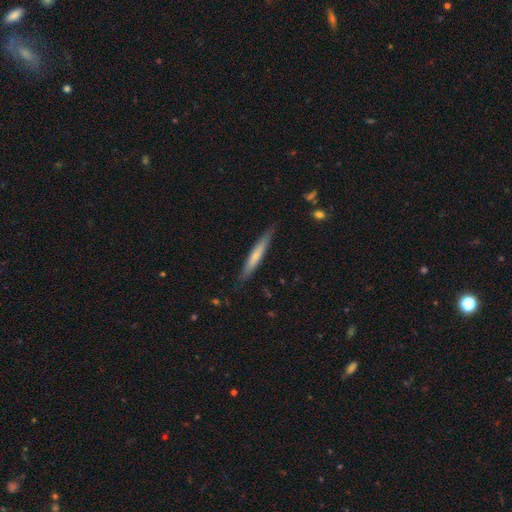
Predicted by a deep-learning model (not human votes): smooth 60%, featured or disk 35%, star or artifact 5%. Down the decision tree: how rounded — cigar-shaped (95%); merging — none (84%).